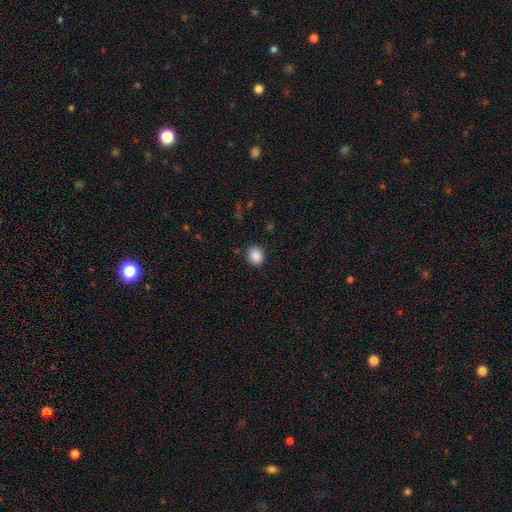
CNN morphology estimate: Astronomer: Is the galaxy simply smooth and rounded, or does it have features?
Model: smooth — 88%.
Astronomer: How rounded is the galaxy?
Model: round — 69%.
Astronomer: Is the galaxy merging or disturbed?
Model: none — 88%.